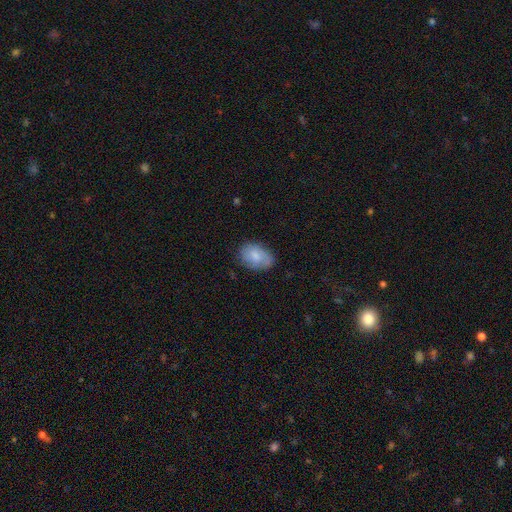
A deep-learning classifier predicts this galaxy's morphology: smooth-or-featured: smooth: 66% | featured or disk: 27% | star or artifact: 7%
  how-rounded: in between: 82% | round: 17% | cigar-shaped: 1%
  merging: none: 71% | minor disturbance: 22% | major disturbance: 6% | merger: 1%